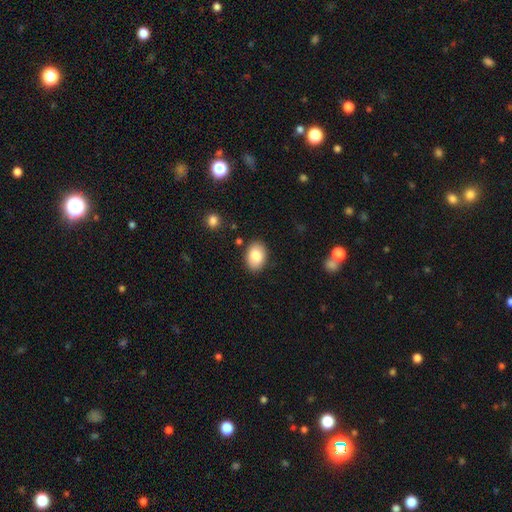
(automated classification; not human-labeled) A smooth galaxy with no disk features (84%) that is in between round and cigar-shaped (83%). Merging: none (85%).